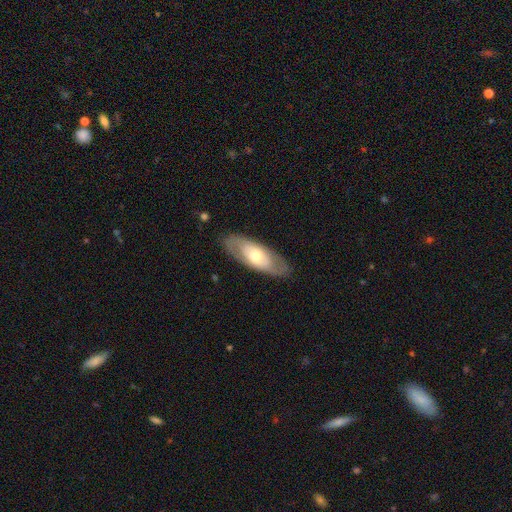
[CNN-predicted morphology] Q: Smooth or featured?
A: featured or disk (55%); runner-up: smooth (40%)
Q: Edge-on disk?
A: no (80%); runner-up: yes (20%)
Q: Merging?
A: none (84%); runner-up: minor disturbance (11%)